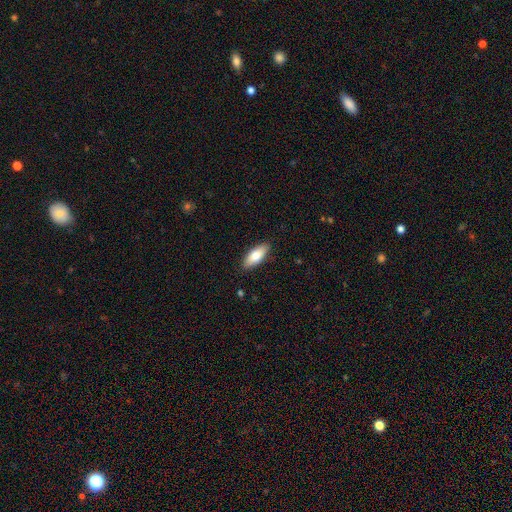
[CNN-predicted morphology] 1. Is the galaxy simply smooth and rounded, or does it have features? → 79% smooth, 16% featured or disk, 6% star or artifact.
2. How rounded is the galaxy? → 77% in between, 21% cigar-shaped, 2% round.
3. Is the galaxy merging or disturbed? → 88% none, 9% minor disturbance, 2% major disturbance, 1% merger.